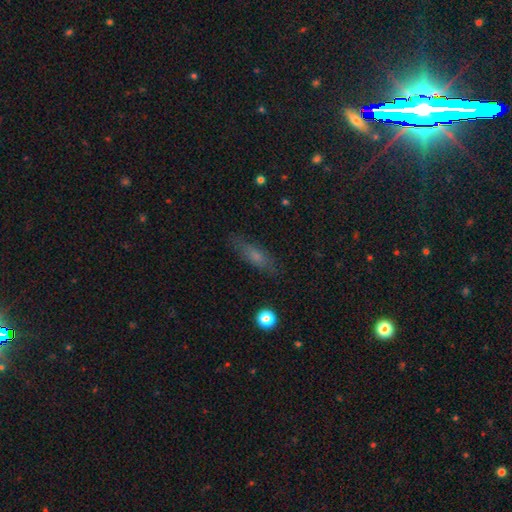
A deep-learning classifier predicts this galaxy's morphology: Smooth or featured? Predicted: smooth (p=0.60). How rounded? Predicted: cigar-shaped (p=0.57). Merging? Predicted: none (p=0.81).